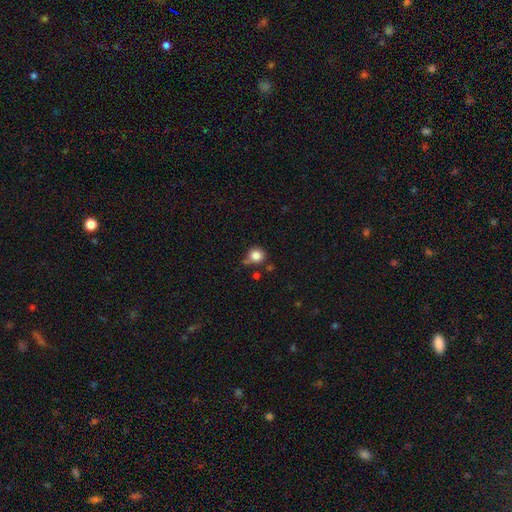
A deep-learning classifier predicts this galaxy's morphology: smooth-or-featured: smooth: 84% | star or artifact: 11% | featured or disk: 5%
  how-rounded: round: 89% | in between: 11% | cigar-shaped: 1%
  merging: none: 65% | minor disturbance: 19% | merger: 11% | major disturbance: 5%